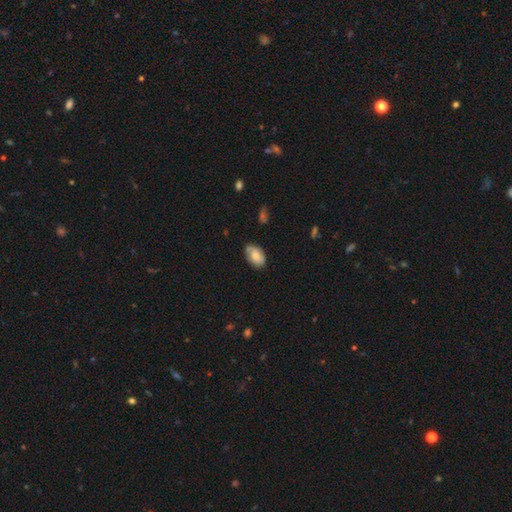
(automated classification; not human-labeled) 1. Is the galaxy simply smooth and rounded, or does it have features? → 64% smooth, 29% featured or disk, 7% star or artifact.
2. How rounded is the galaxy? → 89% in between, 9% round, 1% cigar-shaped.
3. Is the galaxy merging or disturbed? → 70% none, 23% minor disturbance, 5% major disturbance, 2% merger.